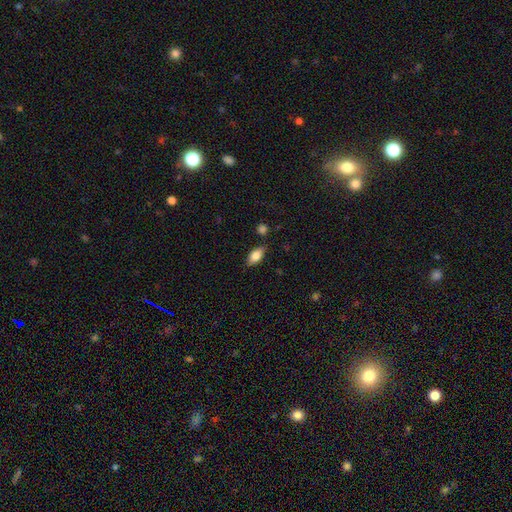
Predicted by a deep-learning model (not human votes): smooth 80%, featured or disk 13%, star or artifact 7%. Down the decision tree: how rounded — in between (88%); merging — none (79%).